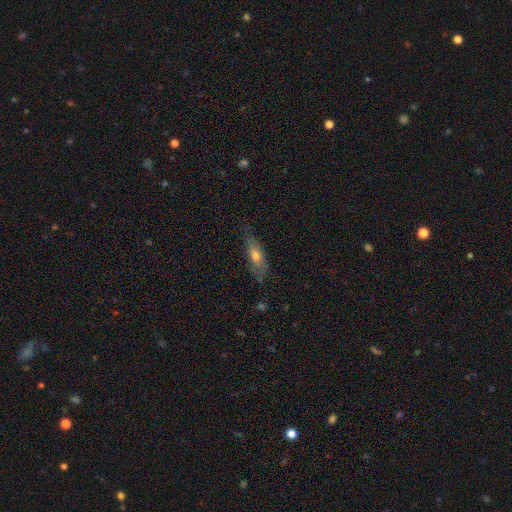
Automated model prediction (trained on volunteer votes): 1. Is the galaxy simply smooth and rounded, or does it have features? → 62% smooth, 31% featured or disk, 7% star or artifact.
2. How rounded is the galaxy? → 58% in between, 39% cigar-shaped, 3% round.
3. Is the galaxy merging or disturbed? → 71% none, 23% minor disturbance, 5% major disturbance, 2% merger.